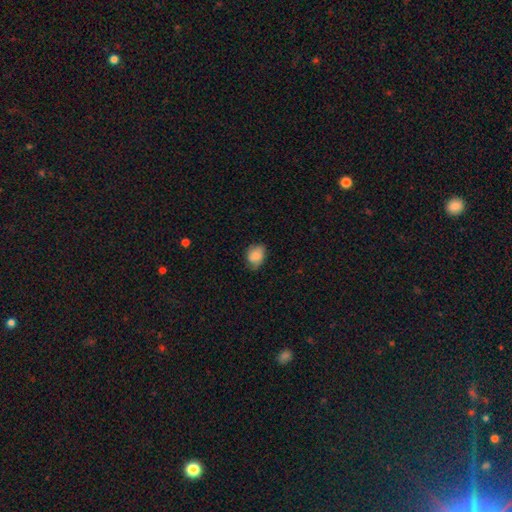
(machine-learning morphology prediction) Overall: smooth (80%). How rounded: in between (65%; round 34%). Merging: none (65%; minor disturbance 28%).